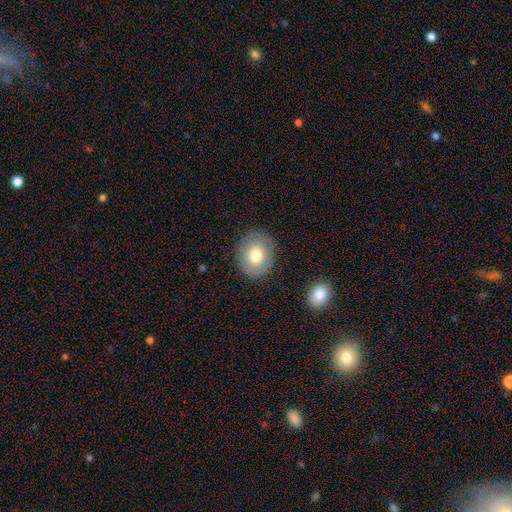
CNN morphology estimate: Smooth or featured: smooth — 76% (featured or disk — 16%)
How rounded: round — 60% (in between — 39%)
Merging: none — 85% (minor disturbance — 10%)